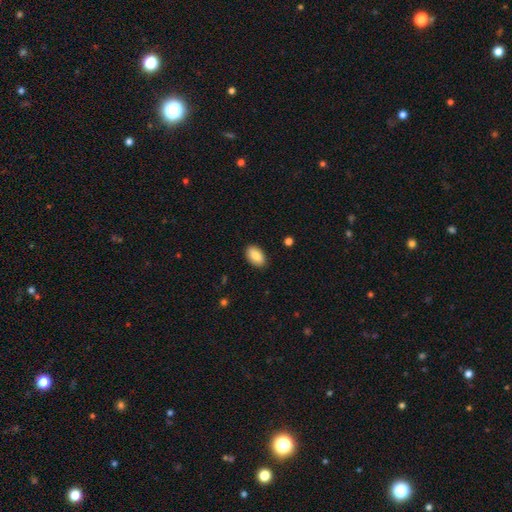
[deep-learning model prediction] Smooth or featured?
  - smooth: 86% *
  - featured or disk: 7%
  - star or artifact: 7%
How rounded?
  - in between: 92% *
  - round: 6%
  - cigar-shaped: 1%
Merging?
  - none: 89% *
  - minor disturbance: 8%
  - major disturbance: 2%
  - merger: 1%